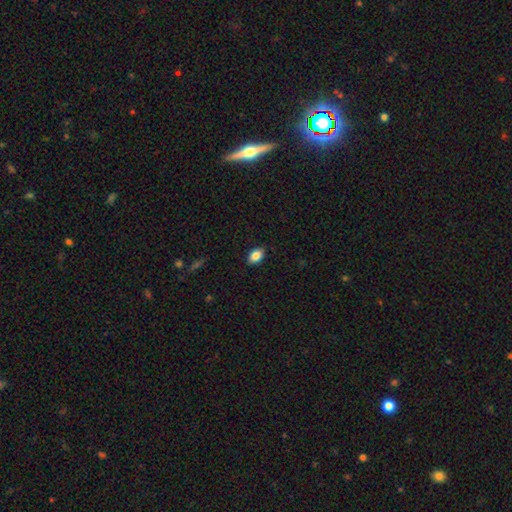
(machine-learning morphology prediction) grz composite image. It shows a smooth galaxy with no disk features (85%) that is in between round and cigar-shaped (87%). Merging: none (88%).